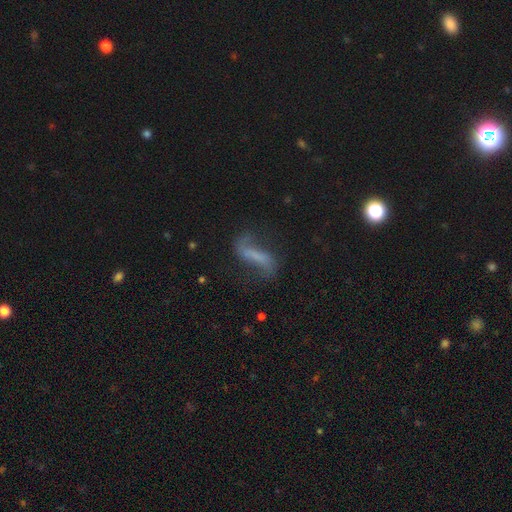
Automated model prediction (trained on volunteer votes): Smooth or featured? featured or disk (65%)
Edge-on disk? no (88%)
Bar? strong (52%)
Spiral arms? yes (83%)
Bulge size? none (62%)
Merging? none (61%)